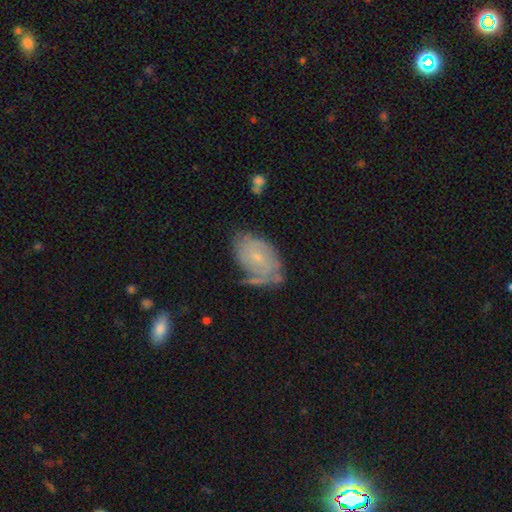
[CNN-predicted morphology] smooth_or_featured: featured or disk (p=0.64) [alt: smooth p=0.28]
disk_edge_on: no (p=0.96) [alt: yes p=0.04]
bar: no (p=0.67) [alt: weak p=0.29]
has_spiral_arms: yes (p=0.84) [alt: no p=0.16]
spiral_winding: tight (p=0.54) [alt: medium p=0.32]
spiral_arm_count: can't tell (p=0.43) [alt: 2 p=0.29]
bulge_size: small (p=0.74) [alt: moderate p=0.18]
merging: none (p=0.52) [alt: minor disturbance p=0.29]